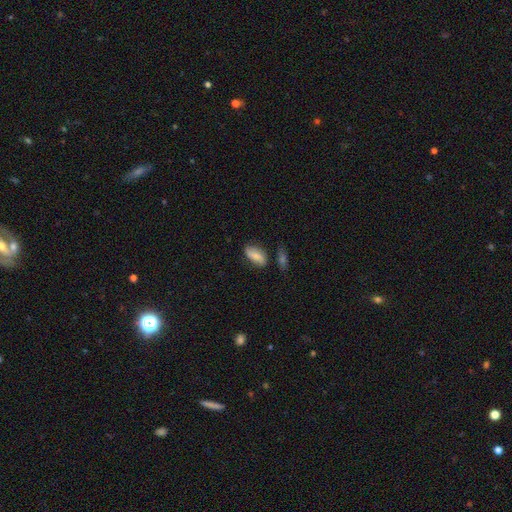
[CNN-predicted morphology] Overall: smooth (71%). How rounded: in between (91%). Merging: none (65%).